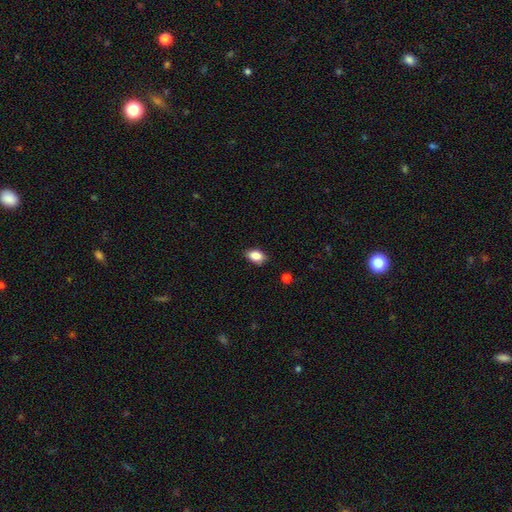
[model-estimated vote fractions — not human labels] A smooth galaxy with no disk features (86%) that is in between round and cigar-shaped (86%).

Vote fractions:
- Smooth or featured? smooth: 86% / star or artifact: 8% / featured or disk: 6%
- How rounded? in between: 86% / round: 12% / cigar-shaped: 2%
- Merging? none: 83% / minor disturbance: 13% / major disturbance: 2% / merger: 1%